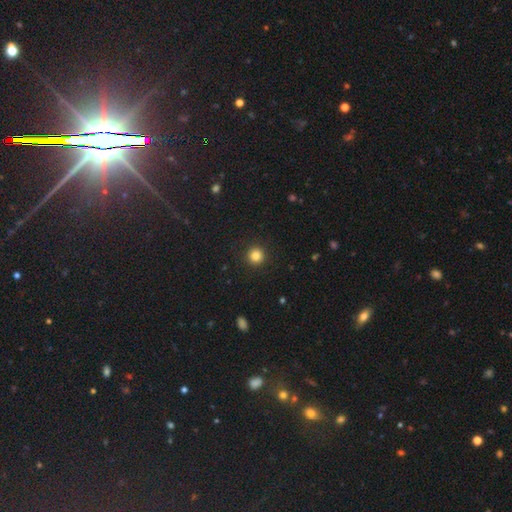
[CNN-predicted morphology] Smooth or featured: smooth — 83% (star or artifact — 12%)
How rounded: round — 95% (in between — 4%)
Merging: none — 93% (minor disturbance — 5%)